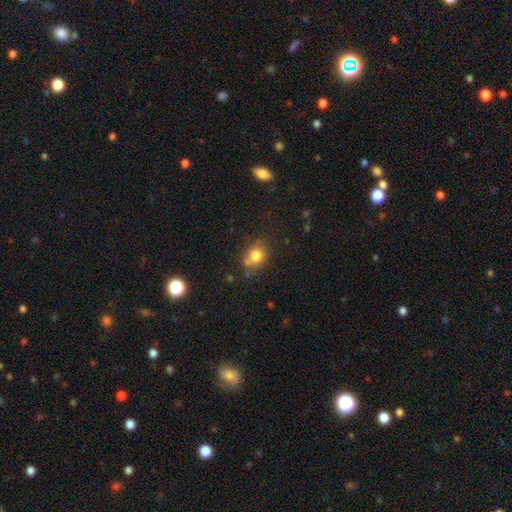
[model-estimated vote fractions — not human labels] Smooth or featured? smooth (77%)
How rounded? round (65%)
Merging? none (64%)